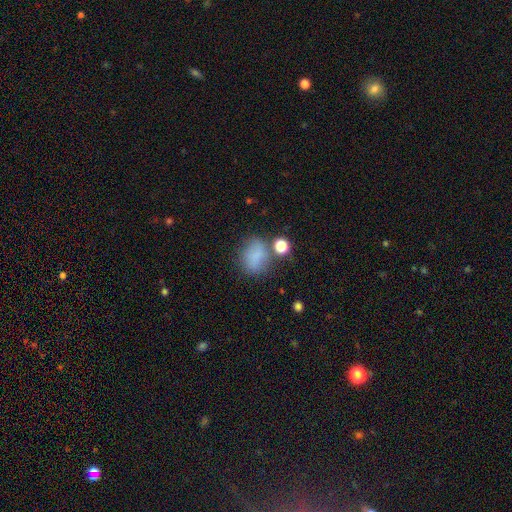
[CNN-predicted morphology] Smooth or featured: smooth — 77% (star or artifact — 13%)
How rounded: round — 56% (in between — 42%)
Merging: none — 60% (minor disturbance — 20%)